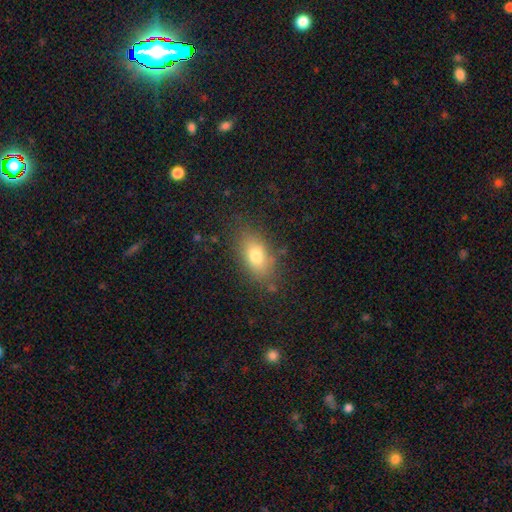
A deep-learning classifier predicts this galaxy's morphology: Smooth or featured?
  - smooth: 77% *
  - featured or disk: 13%
  - star or artifact: 10%
How rounded?
  - in between: 85% *
  - round: 11%
  - cigar-shaped: 5%
Merging?
  - none: 80% *
  - minor disturbance: 14%
  - major disturbance: 4%
  - merger: 2%